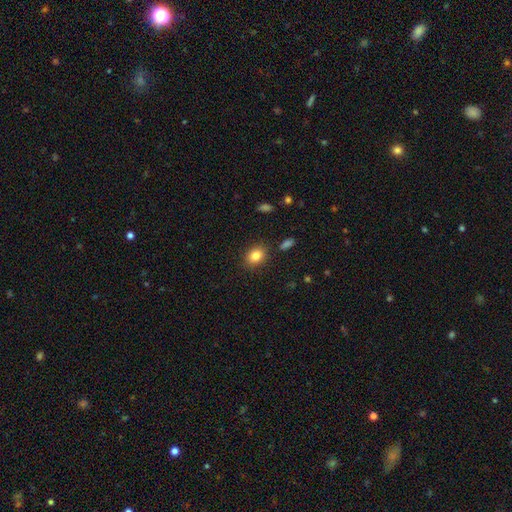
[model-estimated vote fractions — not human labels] The model was most divided on "how rounded": in between: 56%, round: 42%, cigar-shaped: 1%. More confident: merging — none (86%); smooth or featured — smooth (82%).